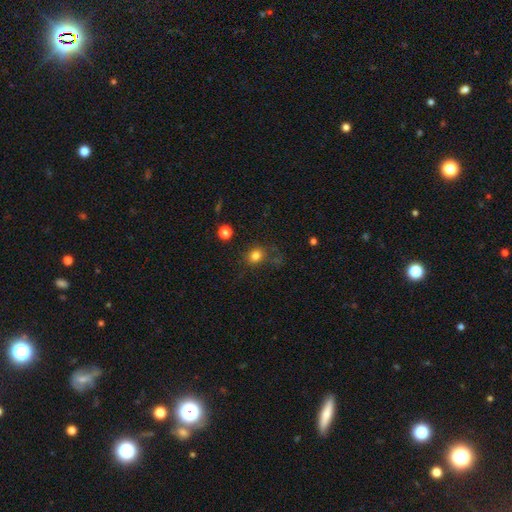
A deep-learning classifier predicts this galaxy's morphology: Overall: smooth (80%). How rounded: round (63%; in between 35%). Merging: none (69%).